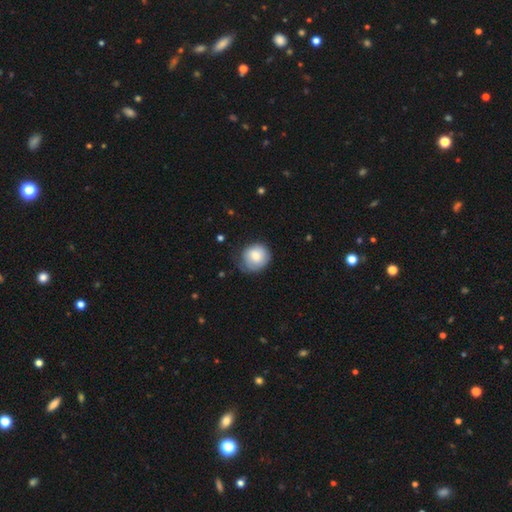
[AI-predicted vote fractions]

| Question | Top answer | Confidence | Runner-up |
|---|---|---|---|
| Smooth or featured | smooth | 77% | featured or disk (16%) |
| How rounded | round | 82% | in between (17%) |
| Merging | none | 63% | minor disturbance (28%) |